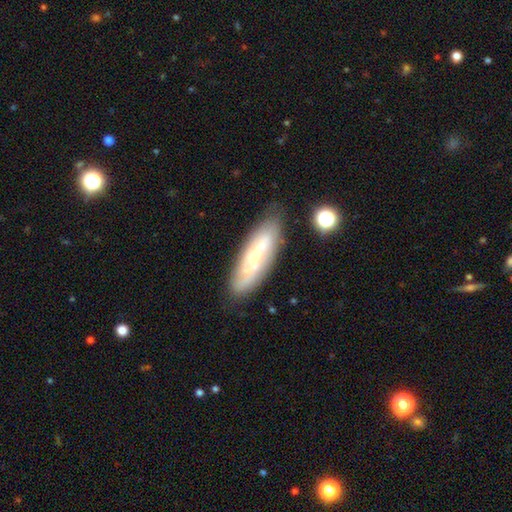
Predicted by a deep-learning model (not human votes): The model was most divided on "smooth or featured": featured or disk: 54%, smooth: 39%, star or artifact: 8%. More confident: merging — none (75%); edge-on disk — no (72%).